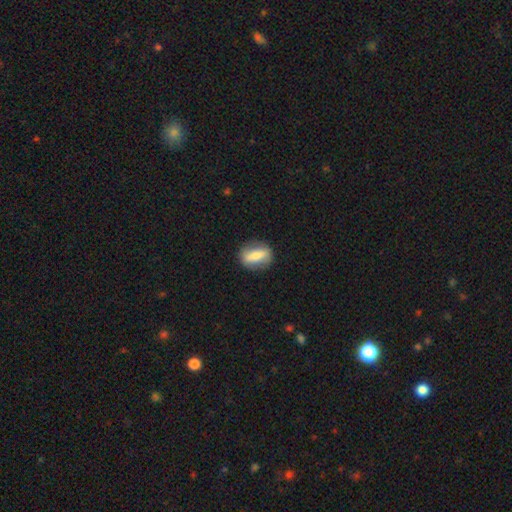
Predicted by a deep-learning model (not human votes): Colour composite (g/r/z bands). It shows a smooth galaxy with no disk features (57%) that is in between round and cigar-shaped (67%). Merging: none (84%).